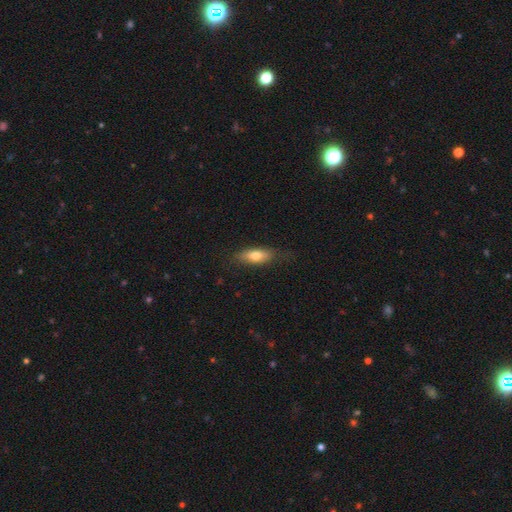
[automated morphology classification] smooth 73%, featured or disk 20%, star or artifact 7%. Down the decision tree: how rounded — in between (72%); merging — none (73%).